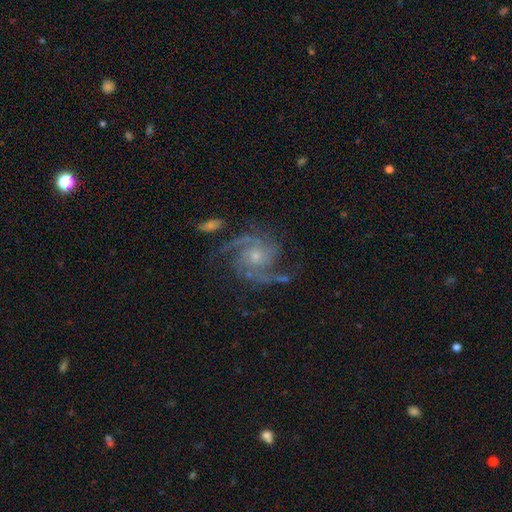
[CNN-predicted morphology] This is clearly a featured or disk galaxy (90%). It is clearly not viewed edge-on (98%). Bar: likely no (73%). Spiral arm pattern: clearly yes (98%). Spiral arm count: possibly 2 (48%). Spiral winding: possibly medium (53%). Central bulge: likely small (60%). Merging: likely none (69%).